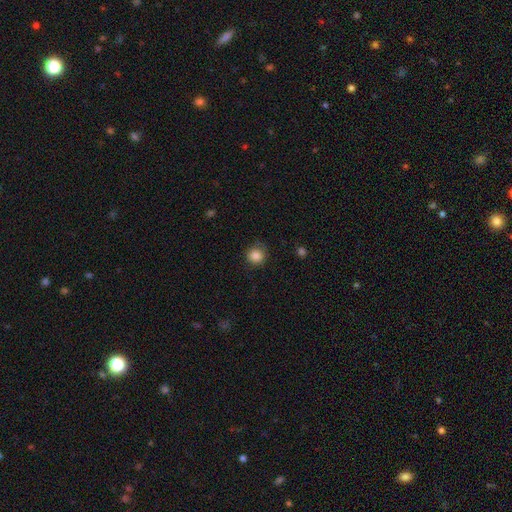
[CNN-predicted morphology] A smooth galaxy with no disk features (85%) that is round (91%). Merging: none (77%).